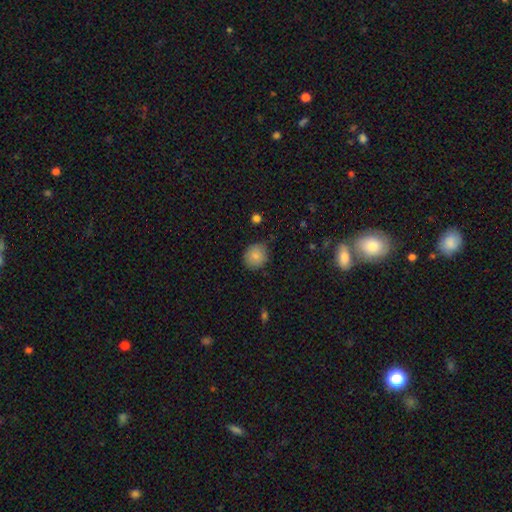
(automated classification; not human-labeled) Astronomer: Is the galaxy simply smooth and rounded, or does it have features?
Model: smooth — 85%.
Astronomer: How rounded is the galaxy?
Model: round — 85%.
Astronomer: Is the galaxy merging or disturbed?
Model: none — 81%.